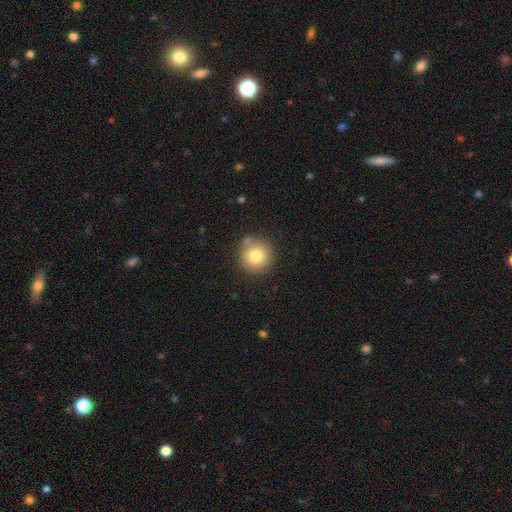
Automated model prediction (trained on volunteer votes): This appears to be a smooth galaxy with no disk features (80%) that is round (93%). Merging: none (80%).